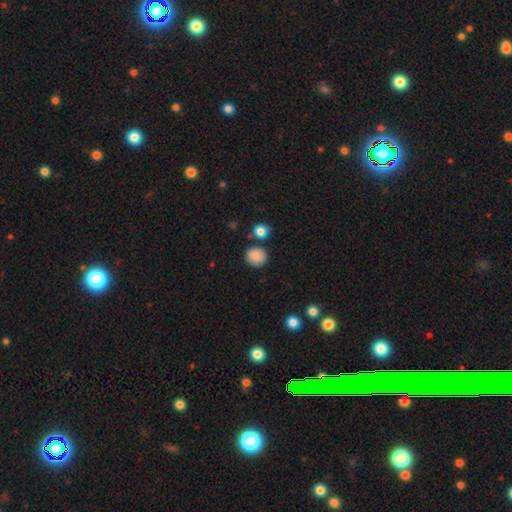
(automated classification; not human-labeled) Smooth or featured? smooth (87%)
How rounded? round (84%)
Merging? none (81%)